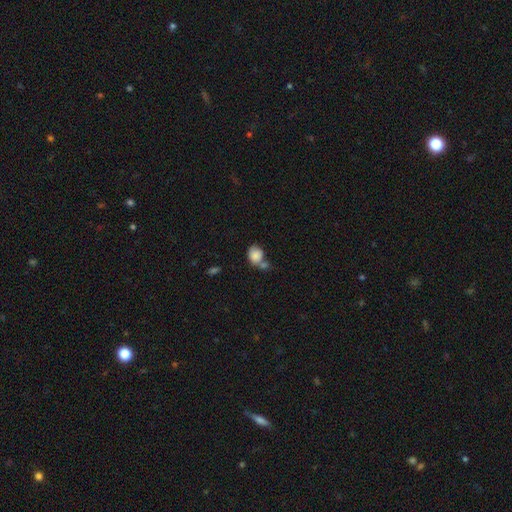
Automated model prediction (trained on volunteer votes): smooth-or-featured: smooth: 84% | star or artifact: 8% | featured or disk: 8%
  how-rounded: round: 52% | in between: 47% | cigar-shaped: 1%
  merging: merger: 43% | none: 35% | minor disturbance: 15% | major disturbance: 8%